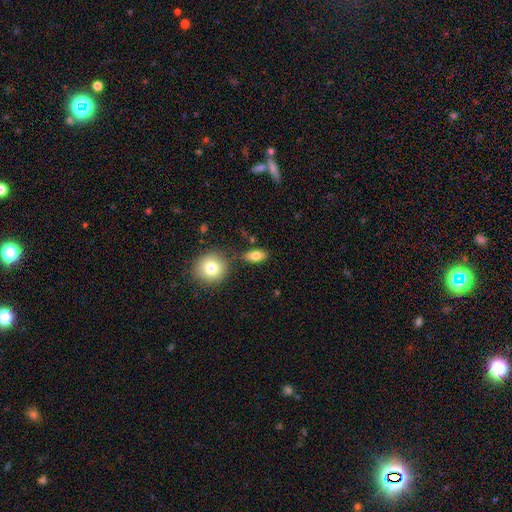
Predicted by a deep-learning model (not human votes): This appears to be a smooth galaxy with no disk features (79%) that is in between round and cigar-shaped (86%). Merging: none (78%).